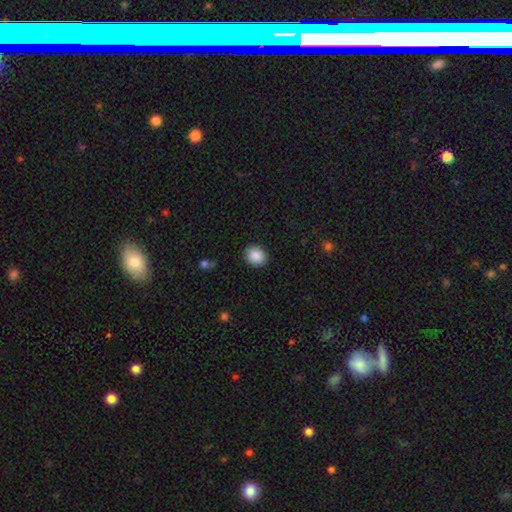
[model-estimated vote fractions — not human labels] smooth 89%, star or artifact 8%, featured or disk 3%. Down the decision tree: how rounded — round (64%); merging — none (91%).